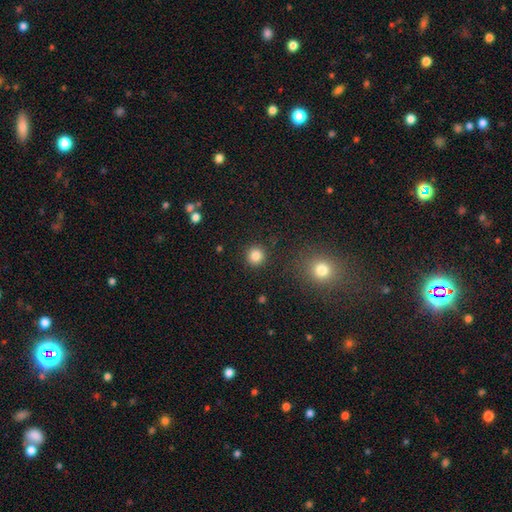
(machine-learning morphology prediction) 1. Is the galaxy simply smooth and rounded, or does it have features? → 84% smooth, 12% star or artifact, 5% featured or disk.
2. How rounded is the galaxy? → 94% round, 5% in between, 1% cigar-shaped.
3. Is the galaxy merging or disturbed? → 90% none, 5% minor disturbance, 2% major disturbance, 2% merger.